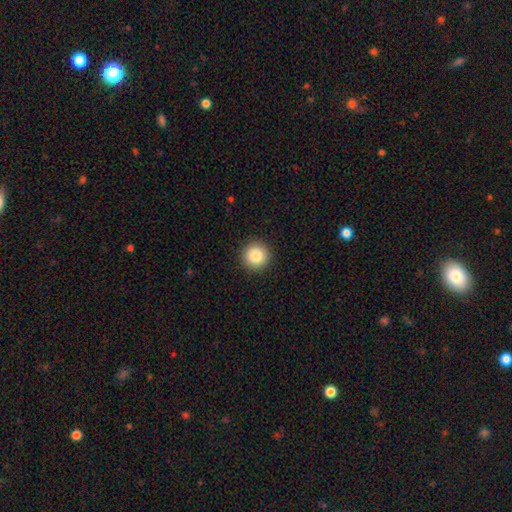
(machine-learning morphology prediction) A smooth galaxy with no disk features (85%) that is round (95%).

Vote fractions:
- Smooth or featured? smooth: 85% / star or artifact: 9% / featured or disk: 5%
- How rounded? round: 95% / in between: 4% / cigar-shaped: 1%
- Merging? none: 93% / minor disturbance: 5% / major disturbance: 2% / merger: 1%